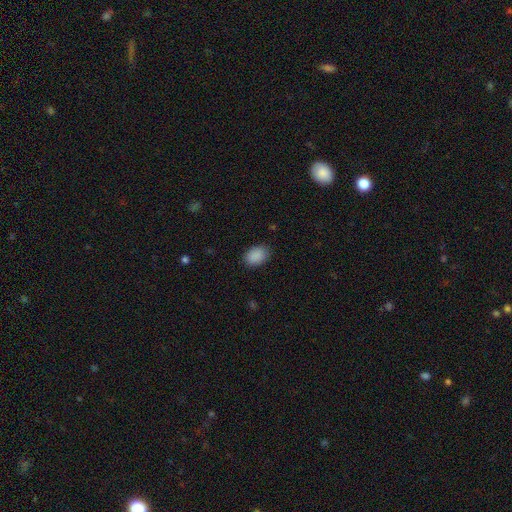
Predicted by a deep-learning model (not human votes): Smooth or featured? Predicted: smooth (p=0.89). How rounded? Predicted: in between (p=0.81). Merging? Predicted: none (p=0.85).